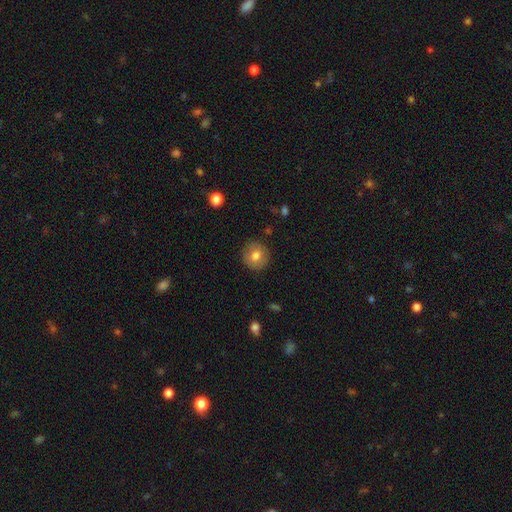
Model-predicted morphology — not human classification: smooth-or-featured: smooth: 75% | featured or disk: 17% | star or artifact: 9%
  how-rounded: round: 92% | in between: 7% | cigar-shaped: 1%
  merging: none: 89% | minor disturbance: 8% | major disturbance: 2% | merger: 1%